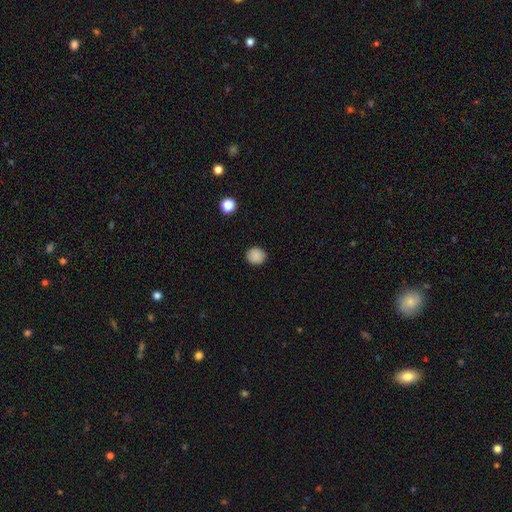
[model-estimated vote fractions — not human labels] Overall: smooth (87%). How rounded: round (83%). Merging: none (89%).